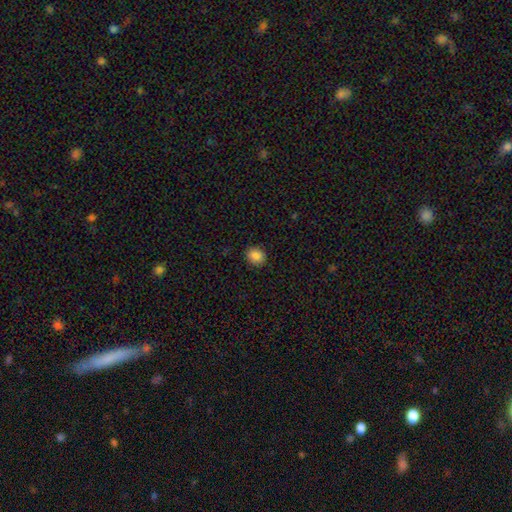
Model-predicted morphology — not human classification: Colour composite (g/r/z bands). It shows a smooth galaxy with no disk features (86%) that is round (69%). Merging: none (89%).